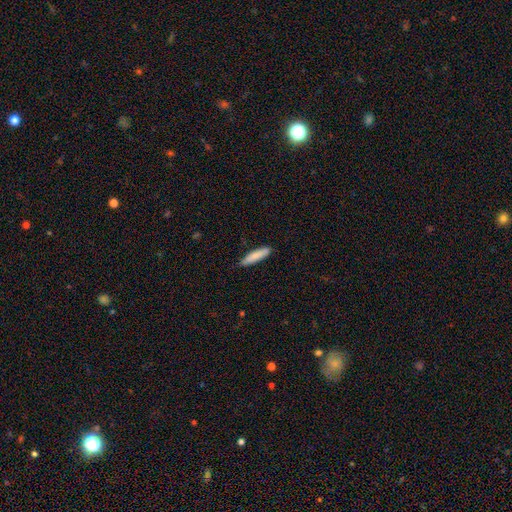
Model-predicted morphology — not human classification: The model was most divided on "merging": none: 81%, minor disturbance: 16%, major disturbance: 2%, merger: 1%. More confident: how rounded — cigar-shaped (84%); smooth or featured — smooth (83%).